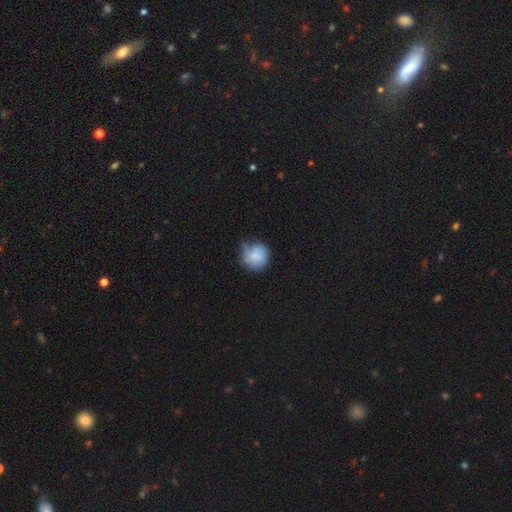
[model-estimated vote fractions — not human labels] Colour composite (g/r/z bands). It shows a smooth galaxy with no disk features (79%) that is round (87%). Merging: none (47%).